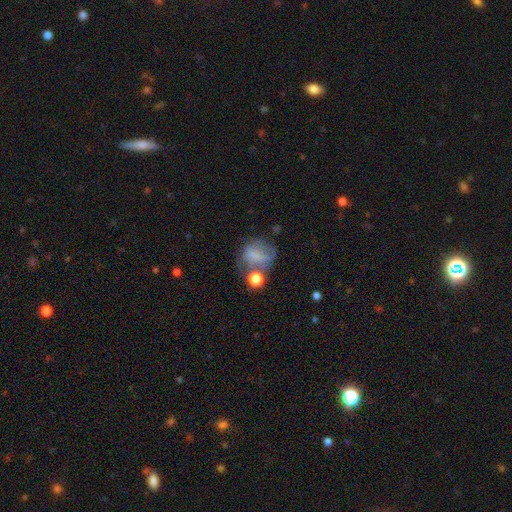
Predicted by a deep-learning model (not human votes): The model was most divided on "merging": none: 36%, major disturbance: 25%, minor disturbance: 23%, merger: 15%. More confident: how rounded — round (58%); smooth or featured — smooth (56%).